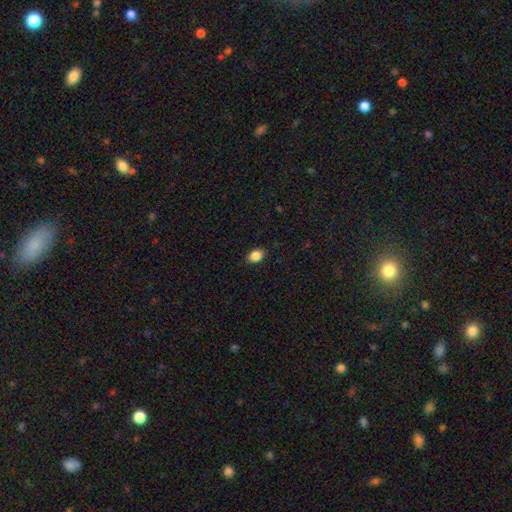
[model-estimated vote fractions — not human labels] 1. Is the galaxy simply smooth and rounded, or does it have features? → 87% smooth, 9% star or artifact, 4% featured or disk.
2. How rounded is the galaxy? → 76% in between, 23% round, 1% cigar-shaped.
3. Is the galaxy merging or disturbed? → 88% none, 9% minor disturbance, 2% major disturbance, 1% merger.